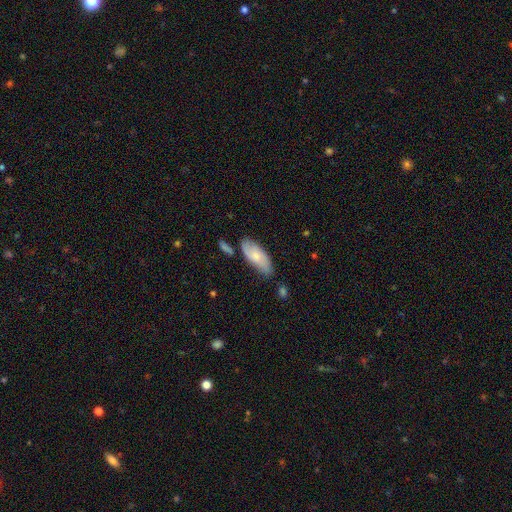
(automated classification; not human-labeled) Morphology: type=smooth (63%); roundness=in between (83%); merging=none (67%).